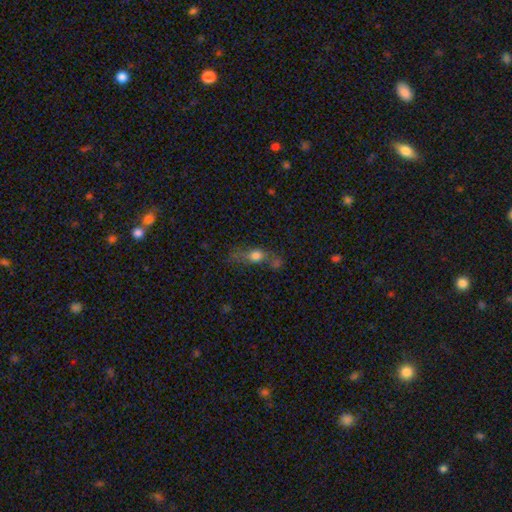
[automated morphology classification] Smooth or featured: smooth — 57% (featured or disk — 28%)
How rounded: in between — 47% (cigar-shaped — 28%)
Merging: none — 40% (minor disturbance — 21%)